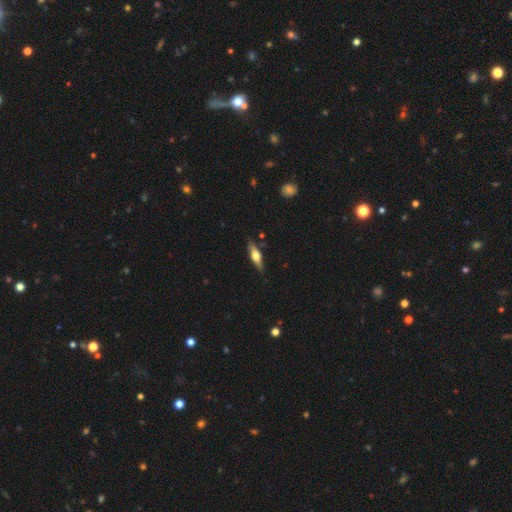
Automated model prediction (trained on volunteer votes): smooth-or-featured: featured or disk: 56% | smooth: 38% | star or artifact: 6%
  disk-edge-on: yes: 93% | no: 7%
    edge-on-bulge: rounded: 92% | boxy: 6% | none: 2%
  merging: none: 85% | minor disturbance: 11% | major disturbance: 2% | merger: 2%